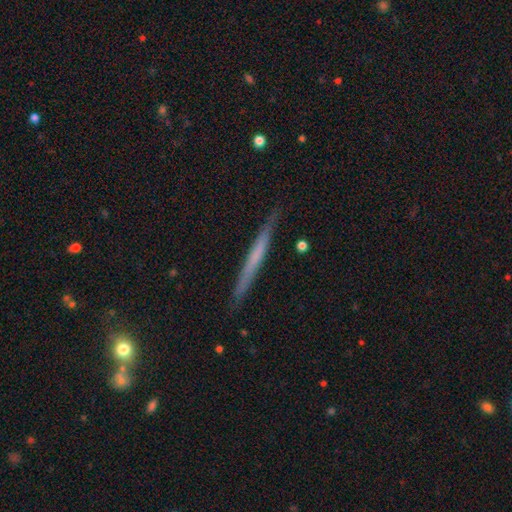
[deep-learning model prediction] Morphology: type=featured or disk (48%); merging=none (88%).